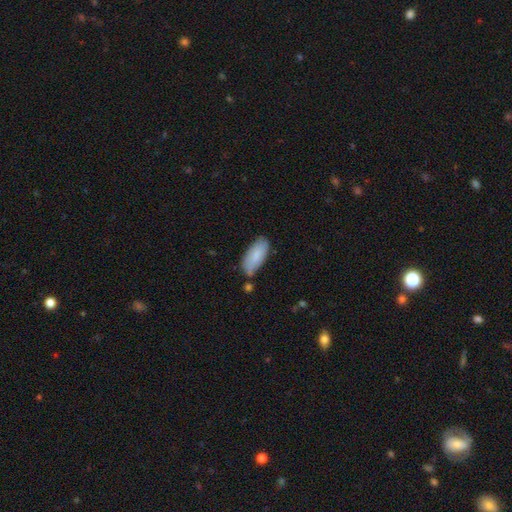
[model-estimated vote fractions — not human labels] The model was most divided on "merging": none: 69%, minor disturbance: 21%, merger: 6%, major disturbance: 4%. More confident: how rounded — in between (88%); smooth or featured — smooth (82%).